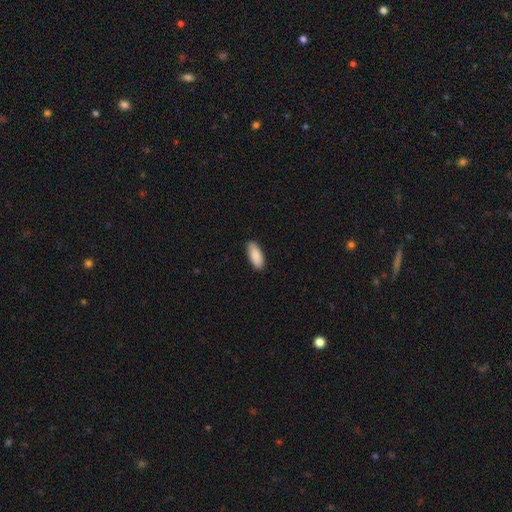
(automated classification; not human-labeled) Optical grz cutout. It shows a smooth galaxy with no disk features (90%) that is in between round and cigar-shaped (85%). Merging: none (88%).